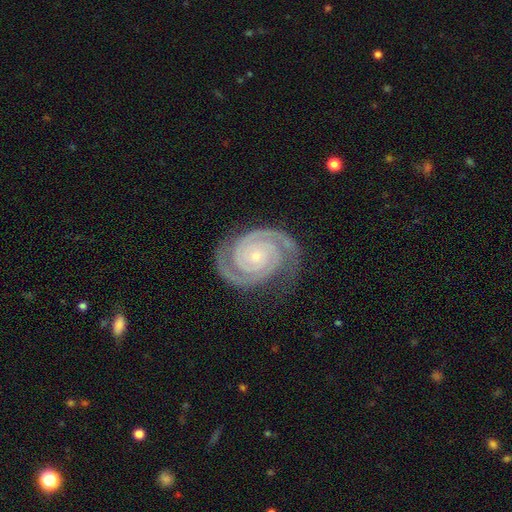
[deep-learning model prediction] A featured or disk galaxy (94%) with no bar (77%), 2 (91%) tight (82%) spiral arms (99%) and a small central bulge (79%). Merging: none (83%).